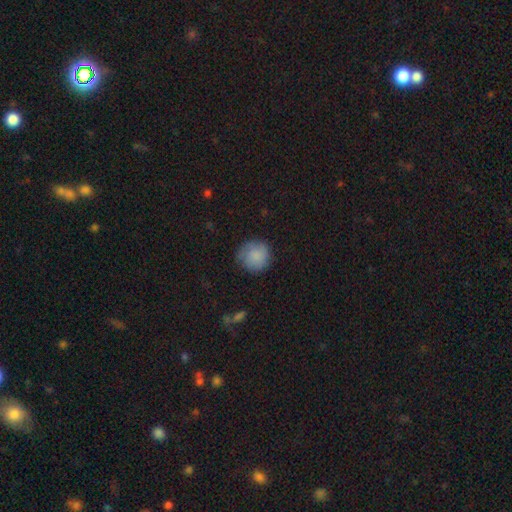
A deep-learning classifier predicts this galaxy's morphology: smooth_or_featured: smooth (p=0.83) [alt: featured or disk p=0.10]
how_rounded: round (p=0.91) [alt: in between p=0.08]
merging: none (p=0.74) [alt: minor disturbance p=0.20]